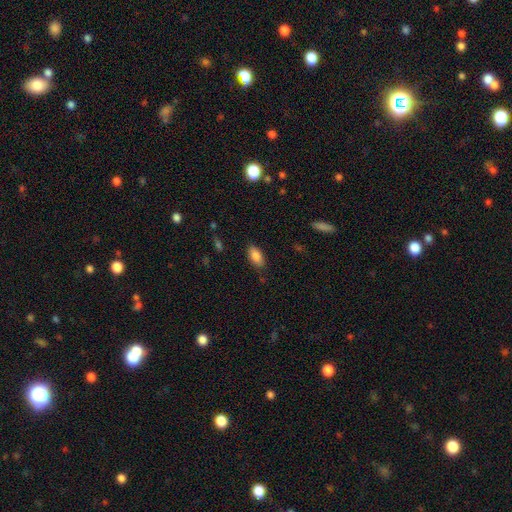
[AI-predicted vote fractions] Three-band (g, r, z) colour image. It shows a smooth galaxy with no disk features (85%) that is in between round and cigar-shaped (91%). Merging: none (83%).